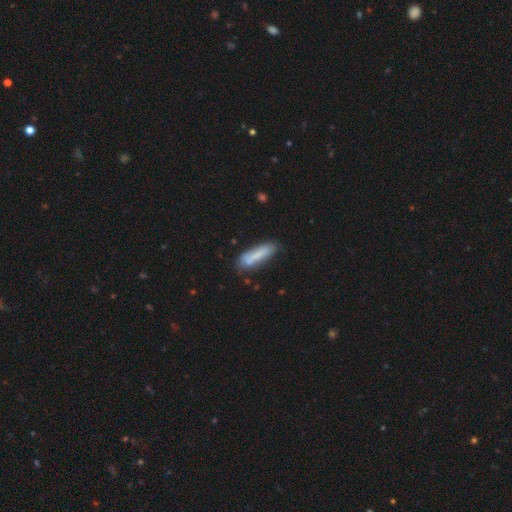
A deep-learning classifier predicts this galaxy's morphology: A smooth galaxy with no disk features (72%) that is cigar-shaped (72%). Merging: none (65%).